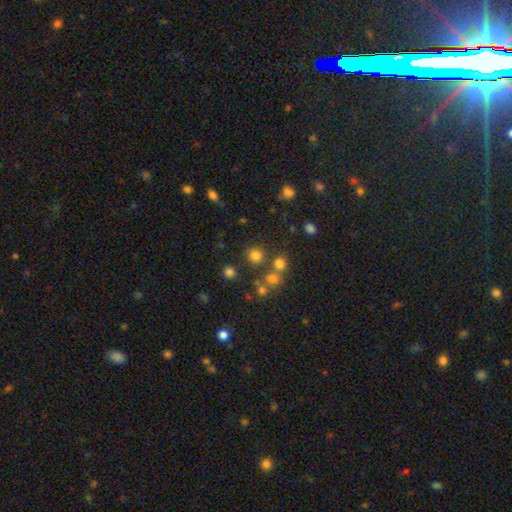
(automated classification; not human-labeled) A smooth galaxy with no disk features (74%) that is round (91%).

Vote fractions:
- Smooth or featured? smooth: 74% / star or artifact: 19% / featured or disk: 7%
- How rounded? round: 91% / in between: 8% / cigar-shaped: 1%
- Merging? none: 77% / merger: 11% / minor disturbance: 8% / major disturbance: 4%